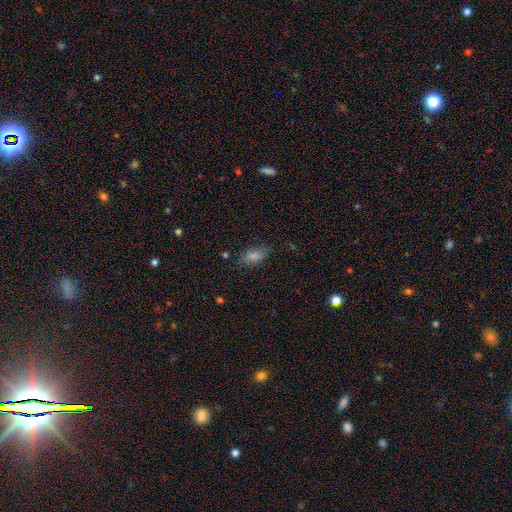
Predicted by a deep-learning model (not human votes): Smooth or featured? smooth (70%)
How rounded? in between (81%)
Merging? none (79%)